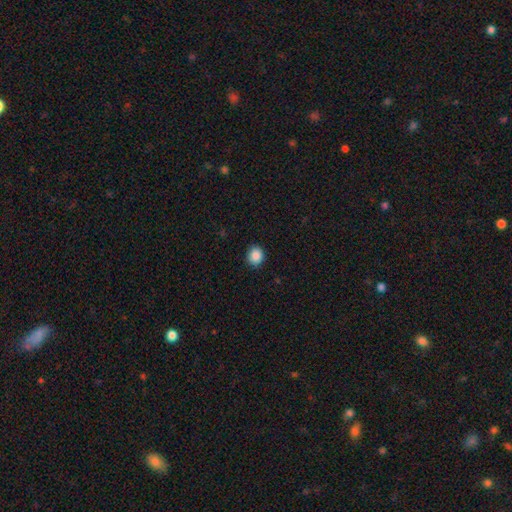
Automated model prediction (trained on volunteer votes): Overall: smooth (88%). How rounded: round (72%). Merging: none (88%).